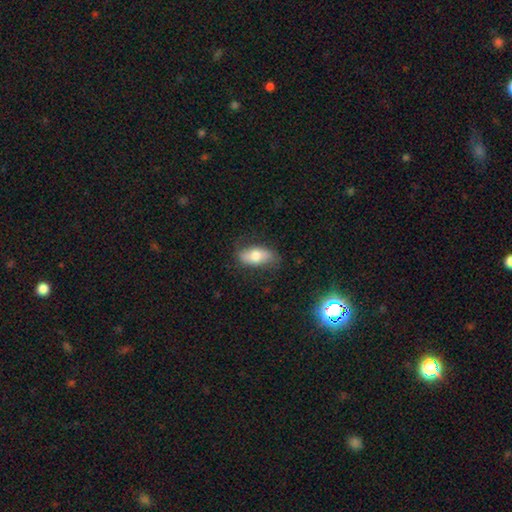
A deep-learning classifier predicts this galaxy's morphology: smooth_or_featured: smooth (p=0.66) [alt: featured or disk p=0.27]
how_rounded: in between (p=0.88) [alt: cigar-shaped p=0.08]
merging: none (p=0.75) [alt: minor disturbance p=0.18]